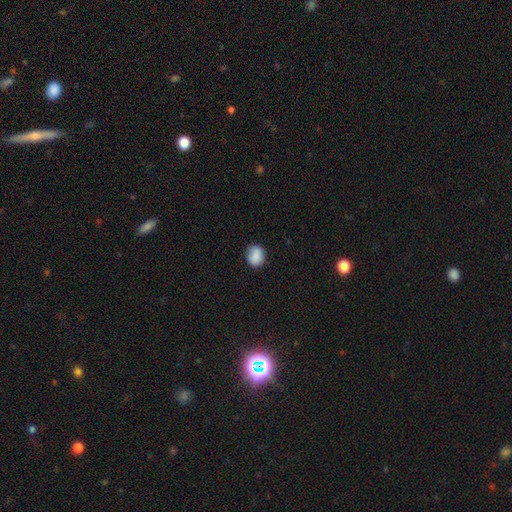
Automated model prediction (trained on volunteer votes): smooth_or_featured: smooth (p=0.87) [alt: star or artifact p=0.08]
how_rounded: round (p=0.60) [alt: in between p=0.39]
merging: none (p=0.83) [alt: minor disturbance p=0.13]